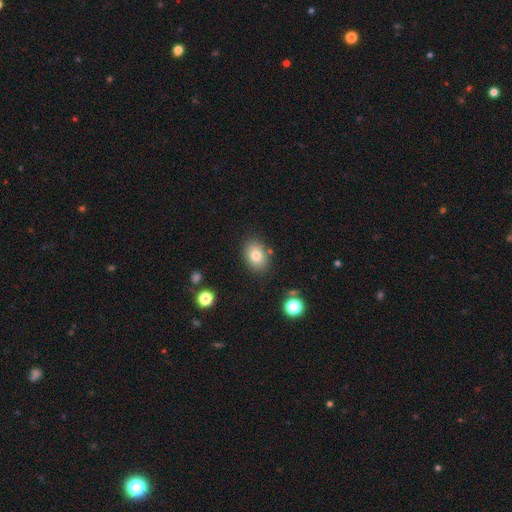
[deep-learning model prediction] Smooth or featured? Predicted: smooth (p=0.80). How rounded? Predicted: in between (p=0.72). Merging? Predicted: none (p=0.82).